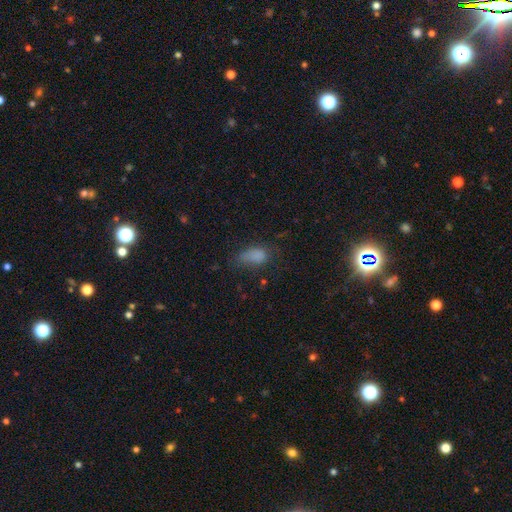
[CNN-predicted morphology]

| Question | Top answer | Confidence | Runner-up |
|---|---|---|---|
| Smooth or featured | smooth | 77% | star or artifact (13%) |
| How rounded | in between | 87% | round (8%) |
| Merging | none | 40% | minor disturbance (32%) |